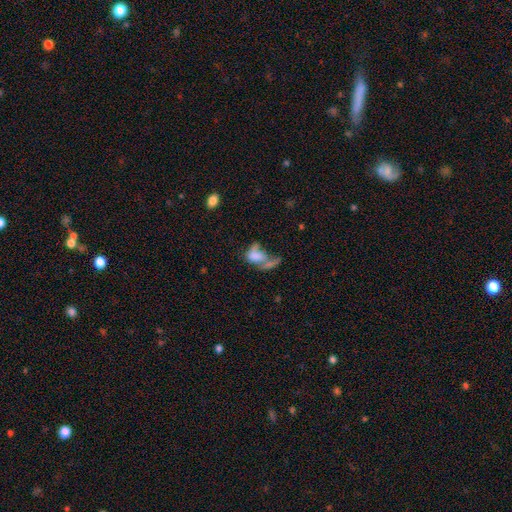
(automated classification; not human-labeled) smooth-or-featured: smooth: 57% | featured or disk: 30% | star or artifact: 13%
  how-rounded: in between: 82% | round: 14% | cigar-shaped: 4%
  merging: merger: 44% | major disturbance: 31% | none: 15% | minor disturbance: 10%